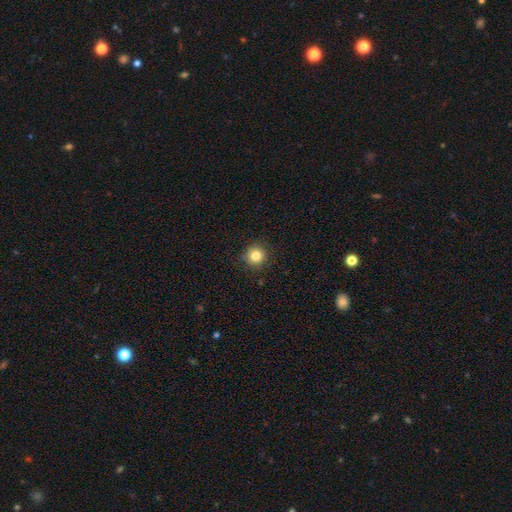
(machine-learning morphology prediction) This appears to be a smooth galaxy with no disk features (83%) that is round (94%). Merging: none (90%).